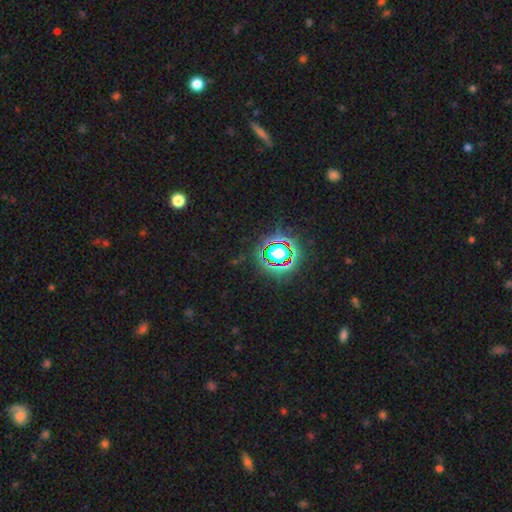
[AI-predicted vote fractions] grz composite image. It shows a star or artifact, not a galaxy (77%).